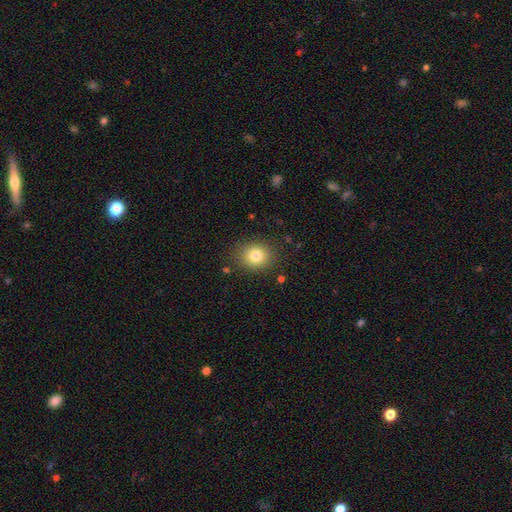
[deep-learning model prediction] This is likely a smooth galaxy (80%). How rounded: likely round (71%). Merging: clearly none (86%).